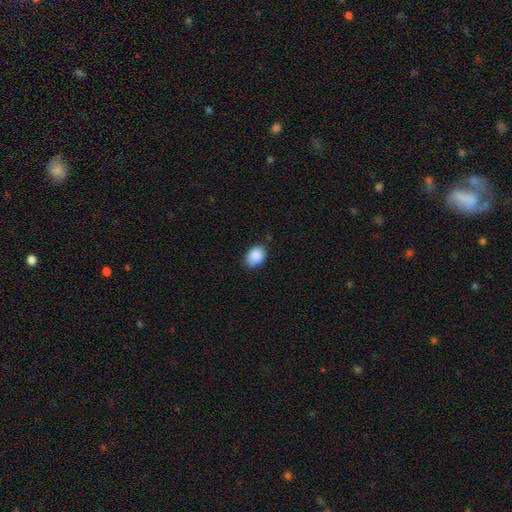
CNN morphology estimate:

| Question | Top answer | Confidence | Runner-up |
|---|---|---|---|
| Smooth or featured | smooth | 89% | star or artifact (7%) |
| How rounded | in between | 70% | round (29%) |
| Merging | none | 77% | minor disturbance (19%) |